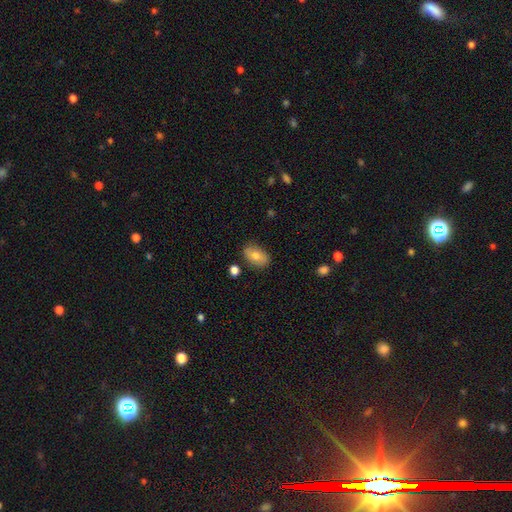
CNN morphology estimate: Q: Smooth or featured?
A: smooth (74%); runner-up: featured or disk (18%)
Q: How rounded?
A: in between (90%); runner-up: round (8%)
Q: Merging?
A: none (83%); runner-up: minor disturbance (12%)